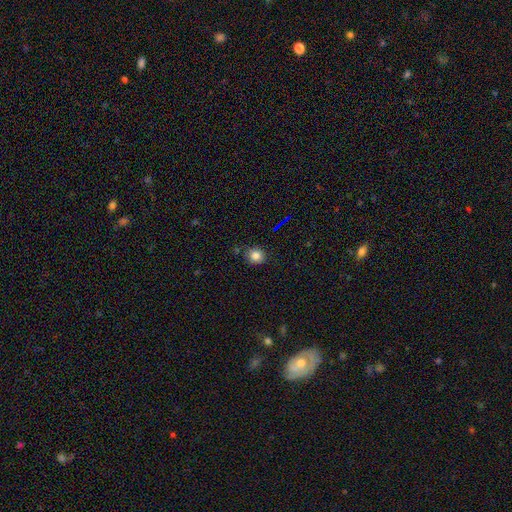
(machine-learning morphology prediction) Overall: smooth (81%). How rounded: round (81%). Merging: none (80%).